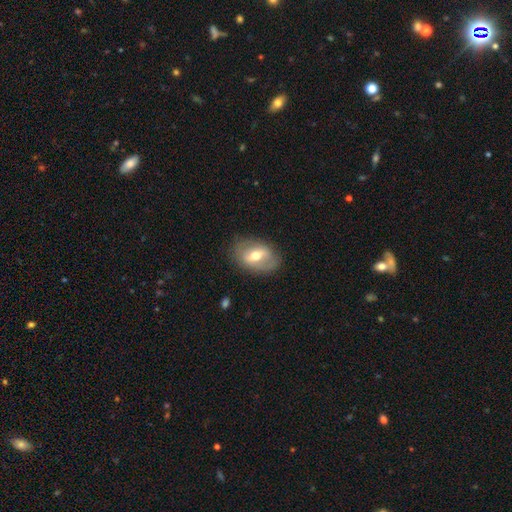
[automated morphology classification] Smooth or featured? featured or disk (51%)
Edge-on disk? no (89%)
Merging? none (78%)